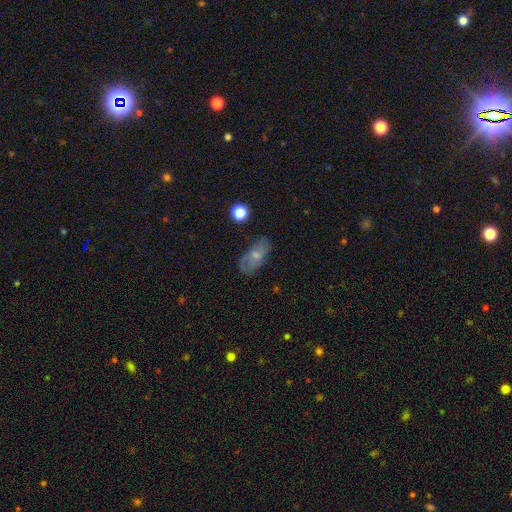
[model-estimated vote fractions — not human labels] Smooth or featured? Predicted: smooth (p=0.48). Merging? Predicted: none (p=0.72).